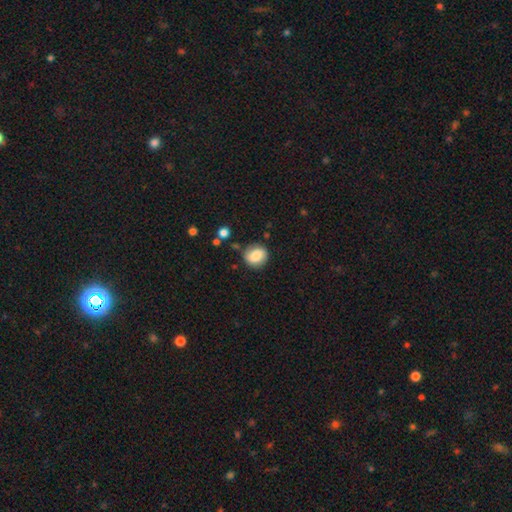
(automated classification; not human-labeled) smooth_or_featured: smooth (p=0.77) [alt: featured or disk p=0.15]
how_rounded: round (p=0.77) [alt: in between p=0.22]
merging: none (p=0.80) [alt: minor disturbance p=0.13]